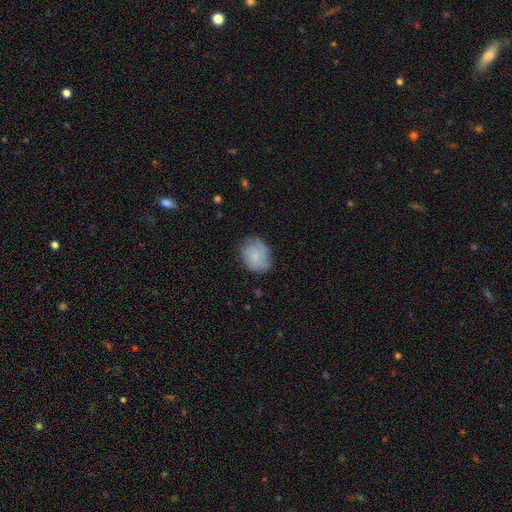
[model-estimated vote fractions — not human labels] A smooth galaxy with no disk features (62%) that is in between round and cigar-shaped (54%). Merging: none (63%).